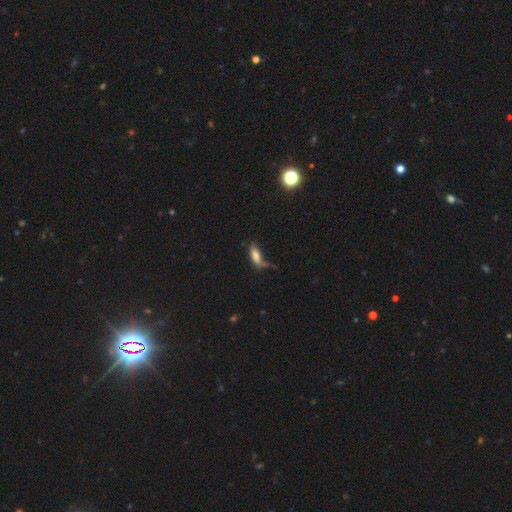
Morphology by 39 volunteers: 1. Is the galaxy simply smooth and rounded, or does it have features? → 87% smooth, 10% star or artifact, 3% featured or disk.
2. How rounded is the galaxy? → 53% in between, 44% cigar-shaped, 3% round.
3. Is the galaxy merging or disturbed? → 60% none, 20% minor disturbance, 14% merger, 6% major disturbance.